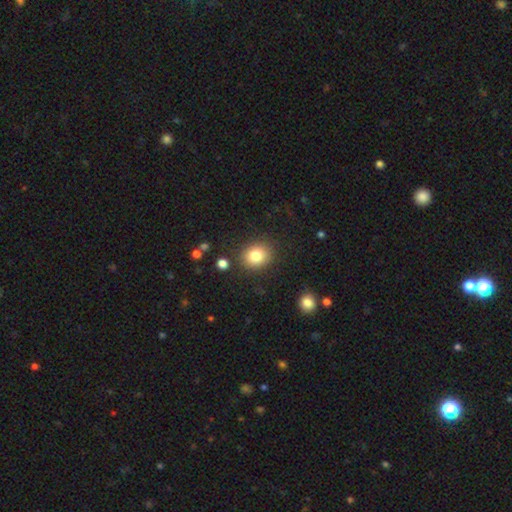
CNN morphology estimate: Overall: smooth (81%). How rounded: round (64%; in between 35%). Merging: none (85%).